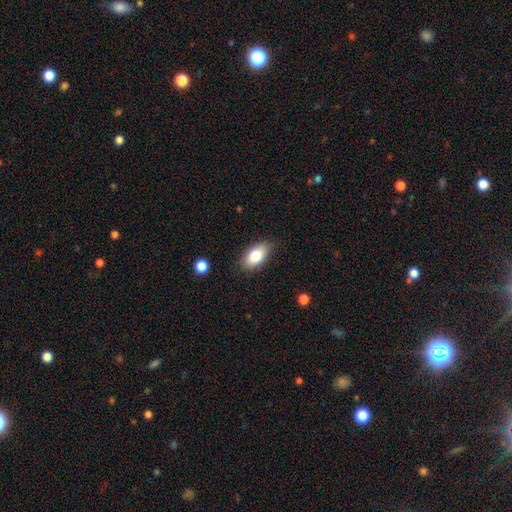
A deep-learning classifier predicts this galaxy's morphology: This appears to be a smooth galaxy with no disk features (80%) that is in between round and cigar-shaped (91%). Merging: none (84%).